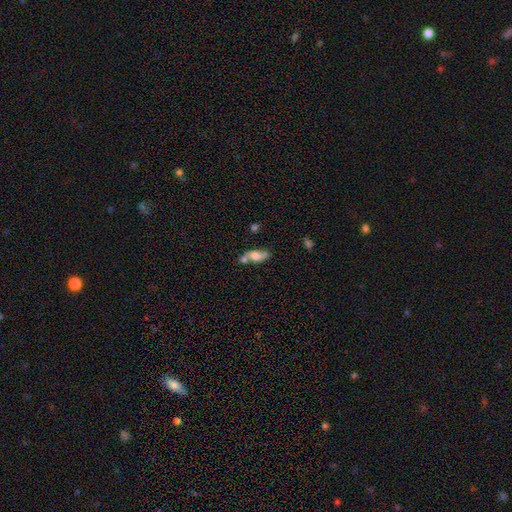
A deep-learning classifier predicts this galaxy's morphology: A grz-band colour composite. It shows a smooth galaxy with no disk features (53%) that is in between round and cigar-shaped (75%). Merging: none (44%).